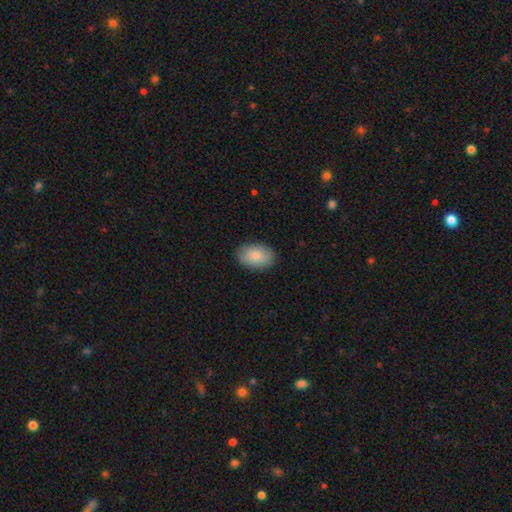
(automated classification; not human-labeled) This is clearly a smooth galaxy (85%). How rounded: clearly in between (88%). Merging: clearly none (87%).